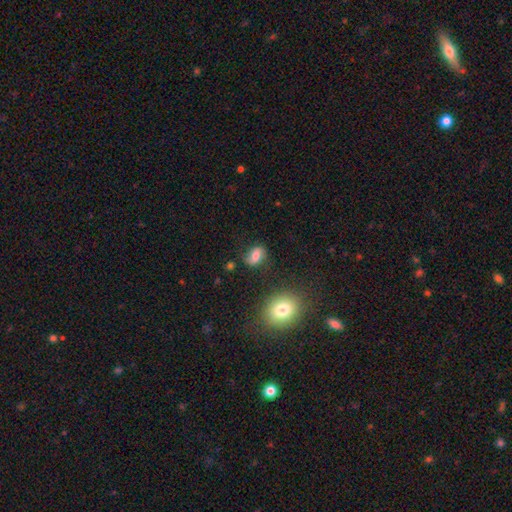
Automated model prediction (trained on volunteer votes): Smooth or featured? Predicted: smooth (p=0.64). How rounded? Predicted: in between (p=0.78). Merging? Predicted: none (p=0.69).